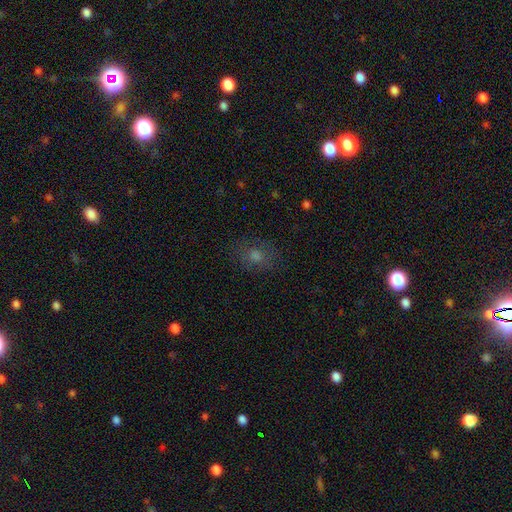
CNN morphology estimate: A smooth galaxy with no disk features (54%) that is round (51%).

Vote fractions:
- Smooth or featured? smooth: 54% / star or artifact: 26% / featured or disk: 21%
- How rounded? round: 51% / in between: 47% / cigar-shaped: 1%
- Merging? none: 79% / minor disturbance: 13% / major disturbance: 6% / merger: 1%